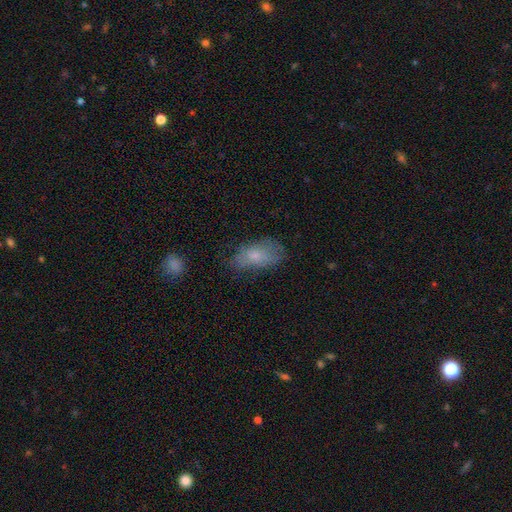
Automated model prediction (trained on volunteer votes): Smooth or featured? smooth (71%)
How rounded? in between (91%)
Merging? none (56%)